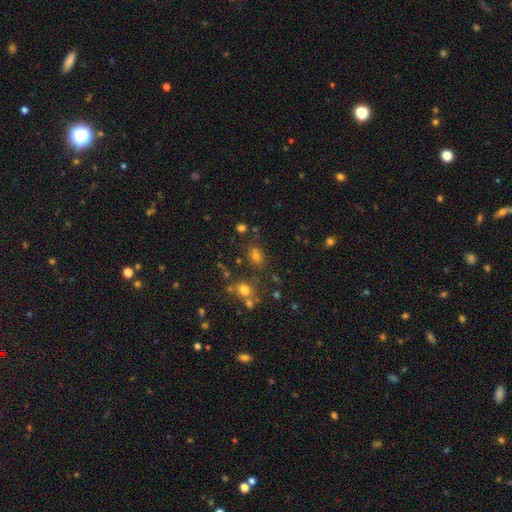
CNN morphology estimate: smooth-or-featured: smooth: 58% | star or artifact: 33% | featured or disk: 9%
  how-rounded: round: 54% | in between: 44% | cigar-shaped: 2%
  merging: none: 70% | minor disturbance: 12% | merger: 12% | major disturbance: 5%